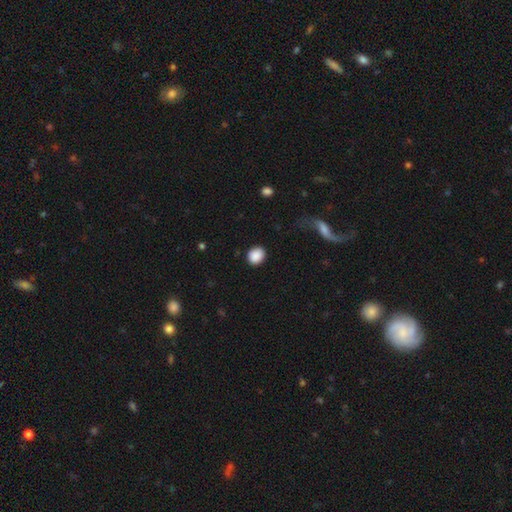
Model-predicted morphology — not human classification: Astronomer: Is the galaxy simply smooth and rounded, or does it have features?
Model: smooth — 89%.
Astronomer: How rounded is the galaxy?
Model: round — 65%.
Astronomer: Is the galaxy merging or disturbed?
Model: none — 87%.